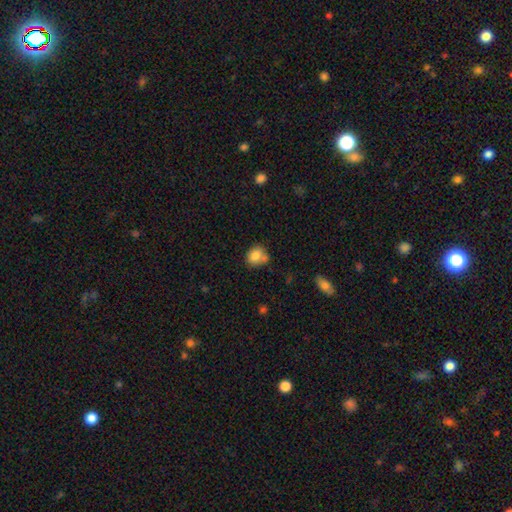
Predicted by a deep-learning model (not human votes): A smooth galaxy with no disk features (80%) that is round (58%). Merging: none (54%).